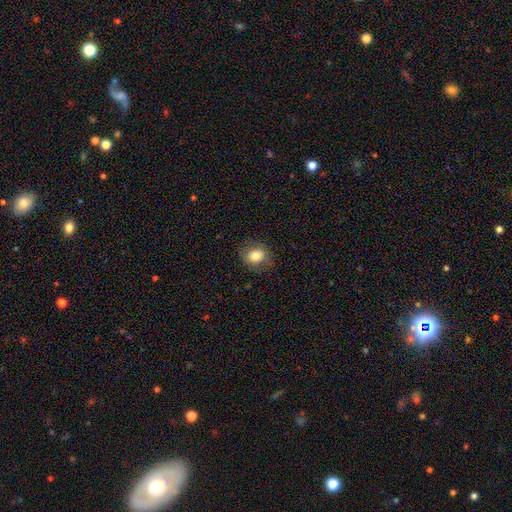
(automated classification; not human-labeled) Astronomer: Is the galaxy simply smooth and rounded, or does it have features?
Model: smooth — 77%.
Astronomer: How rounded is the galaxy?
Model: round — 57% (runner-up: in between, 42%).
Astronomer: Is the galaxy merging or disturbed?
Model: none — 80%.